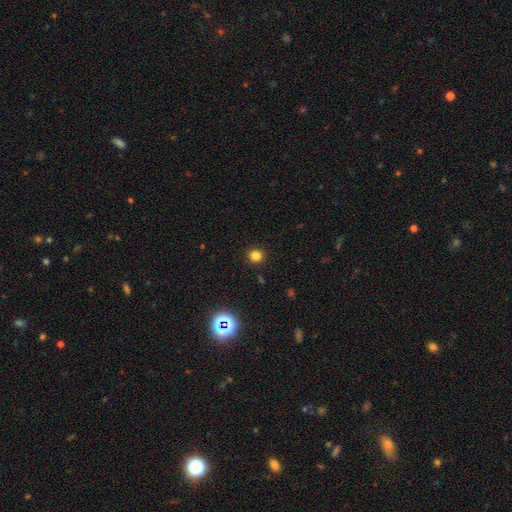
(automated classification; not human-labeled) Overall: smooth (79%). How rounded: round (93%). Merging: none (92%).